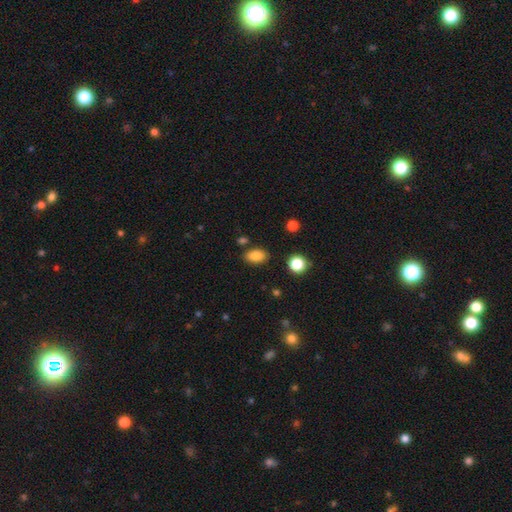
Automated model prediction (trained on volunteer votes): Smooth or featured: smooth — 84% (star or artifact — 10%)
How rounded: in between — 87% (round — 11%)
Merging: none — 83% (minor disturbance — 11%)